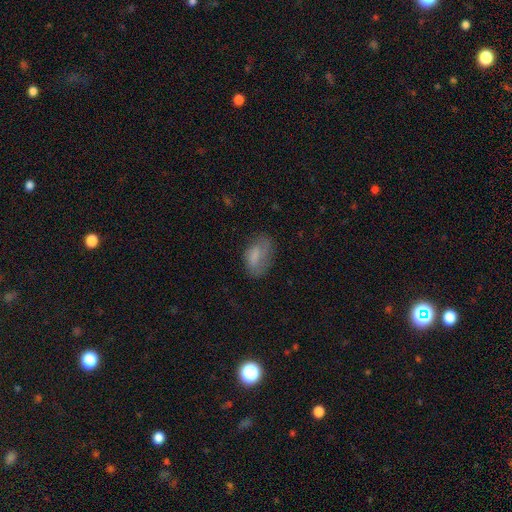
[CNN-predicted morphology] type=smooth (70%); roundness=in between (90%); merging=none (56%).